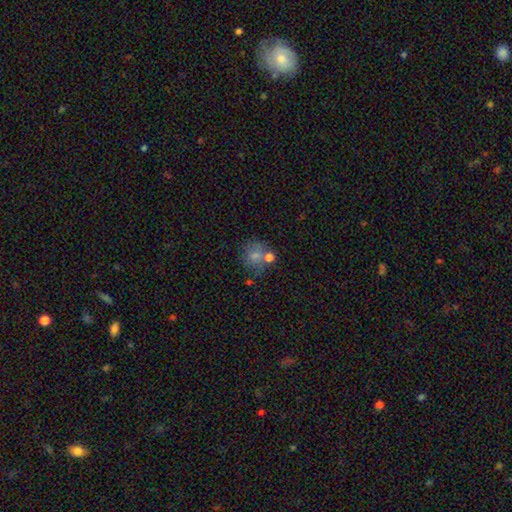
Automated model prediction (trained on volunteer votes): Q: Smooth or featured?
A: smooth (70%); runner-up: featured or disk (17%)
Q: How rounded?
A: round (77%); runner-up: in between (23%)
Q: Merging?
A: none (50%); runner-up: merger (26%)